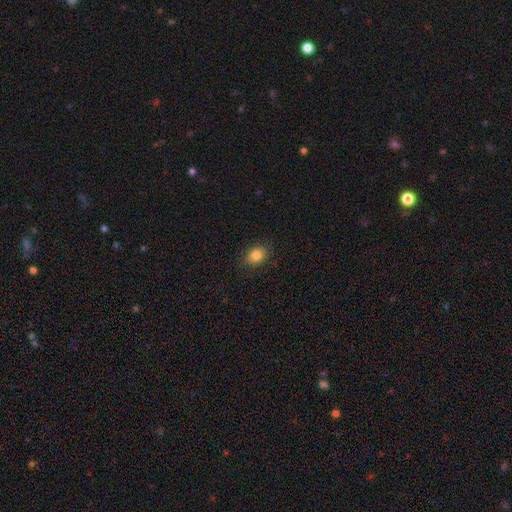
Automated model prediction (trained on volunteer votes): Morphology: type=smooth (83%); roundness=in between (56%); merging=none (86%).